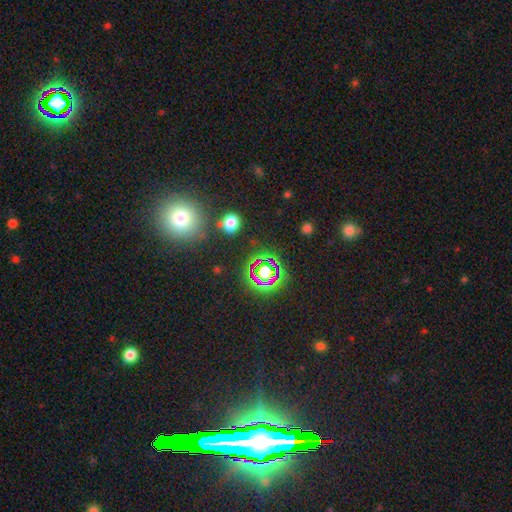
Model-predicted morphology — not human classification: Overall: star or artifact (56%; smooth 32%).